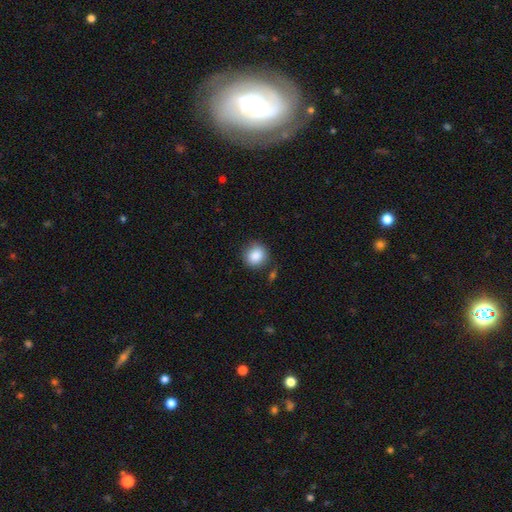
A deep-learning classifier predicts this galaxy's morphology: smooth-or-featured: smooth: 87% | star or artifact: 8% | featured or disk: 5%
  how-rounded: round: 87% | in between: 12% | cigar-shaped: 1%
  merging: none: 82% | minor disturbance: 12% | merger: 3% | major disturbance: 3%